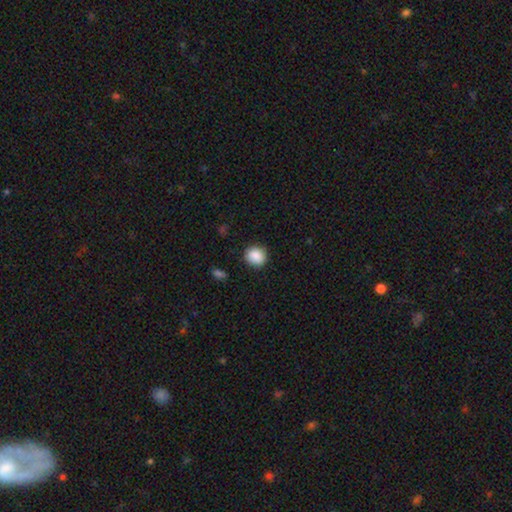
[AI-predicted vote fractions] The model was most divided on "how rounded": round: 80%, in between: 19%, cigar-shaped: 1%. More confident: smooth or featured — smooth (88%); merging — none (86%).